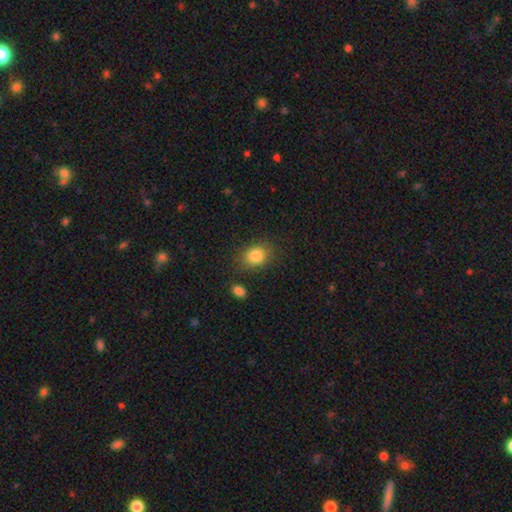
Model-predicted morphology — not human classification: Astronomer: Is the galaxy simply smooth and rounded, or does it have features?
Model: smooth — 85%.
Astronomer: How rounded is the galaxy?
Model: in between — 52% (runner-up: round, 47%).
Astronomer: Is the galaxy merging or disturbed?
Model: none — 78%.